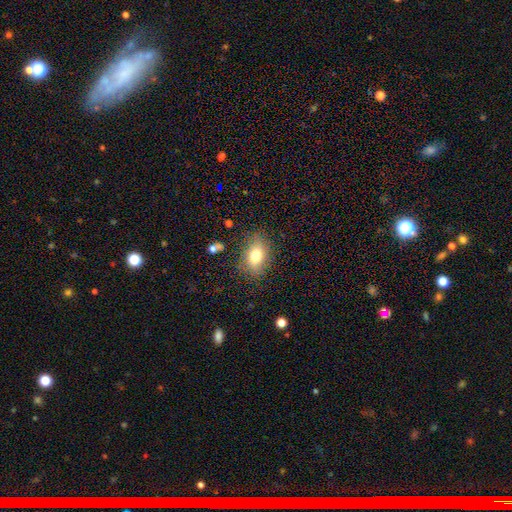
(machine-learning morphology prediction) A smooth galaxy with no disk features (75%) that is in between round and cigar-shaped (81%). Merging: none (80%).